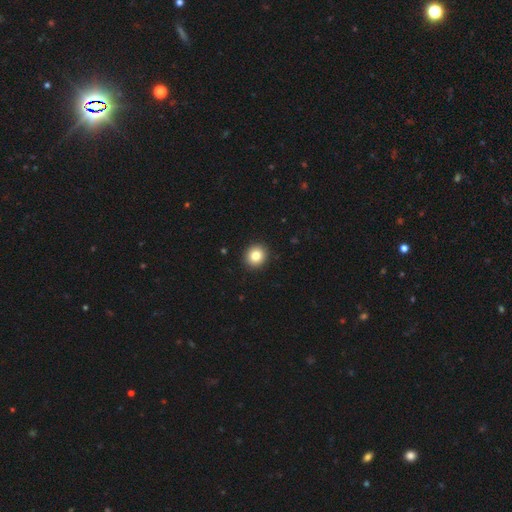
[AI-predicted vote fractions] Morphology: type=smooth (83%); roundness=round (86%); merging=none (93%).